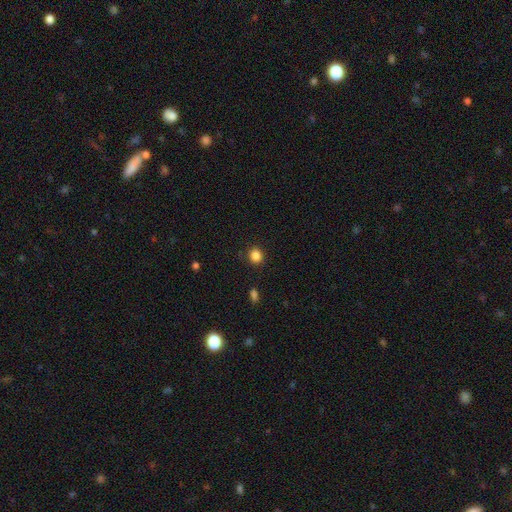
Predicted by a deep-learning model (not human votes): Smooth or featured?
  - smooth: 86% *
  - star or artifact: 11%
  - featured or disk: 3%
How rounded?
  - round: 74% *
  - in between: 25%
  - cigar-shaped: 1%
Merging?
  - none: 87% *
  - minor disturbance: 9%
  - major disturbance: 3%
  - merger: 1%